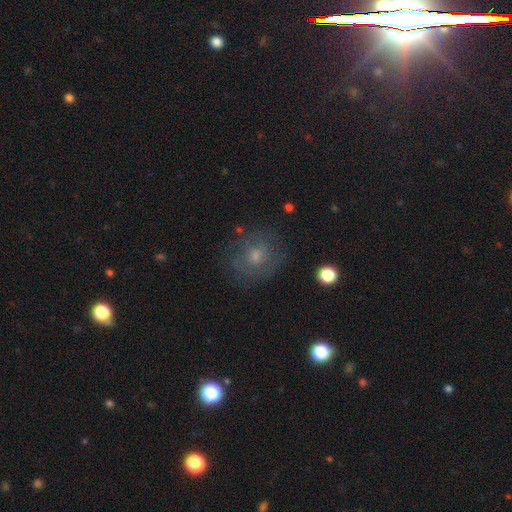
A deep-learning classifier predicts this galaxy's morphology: A smooth galaxy with no disk features (47%). Merging: none (73%).